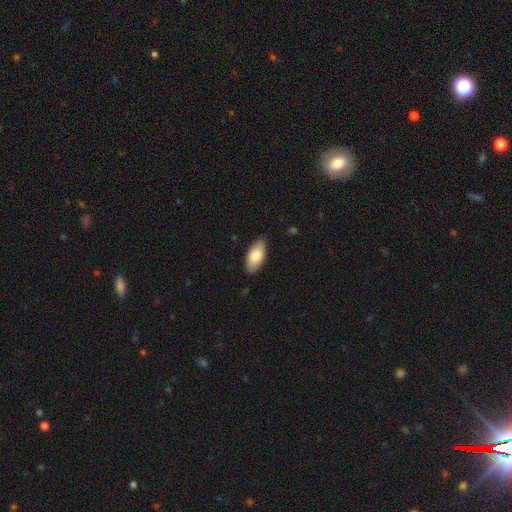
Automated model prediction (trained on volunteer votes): This is clearly a smooth galaxy (81%). How rounded: clearly in between (92%). Merging: clearly none (85%).